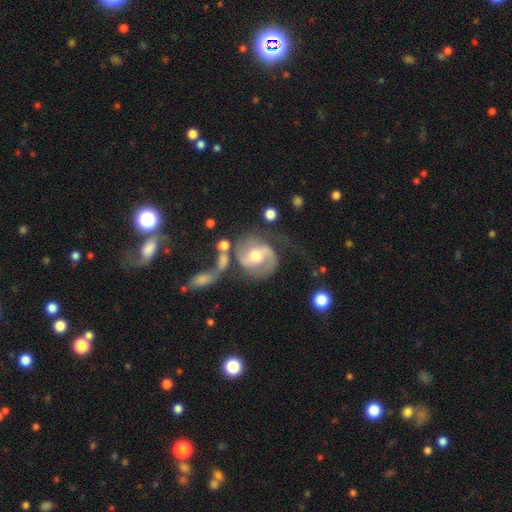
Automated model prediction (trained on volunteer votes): Smooth or featured?
  - featured or disk: 85% *
  - smooth: 10%
  - star or artifact: 5%
Edge-on disk?
  - no: 97% *
  - yes: 3%
Bar?
  - weak: 44% *
  - no: 28%
  - strong: 28%
Spiral arms?
  - yes: 93% *
  - no: 7%
Spiral winding?
  - medium: 51% *
  - loose: 28%
  - tight: 21%
Spiral arm count?
  - 2: 89% *
  - can't tell: 4%
  - 1: 4%
  - 3: 2%
  - 4: 1%
  - more than 4: 1%
Bulge size?
  - moderate: 74% *
  - small: 15%
  - large: 9%
  - none: 1%
  - dominant: 1%
Merging?
  - none: 48% *
  - minor disturbance: 18%
  - merger: 17%
  - major disturbance: 17%